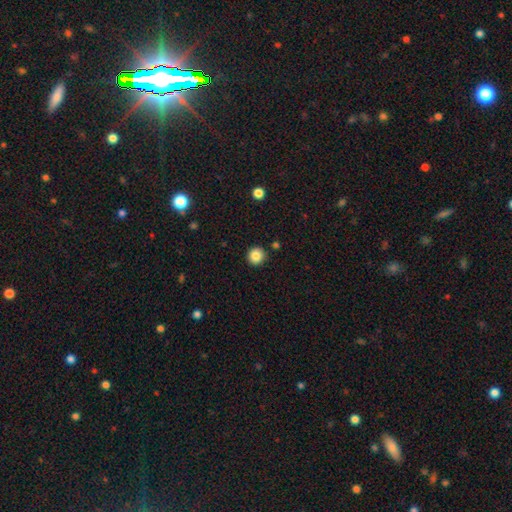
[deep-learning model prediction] A smooth galaxy with no disk features (85%) that is round (93%). Merging: none (90%).